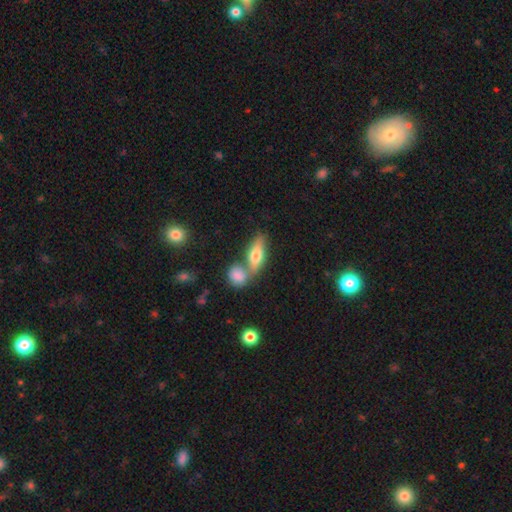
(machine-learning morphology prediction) The model was most divided on "merging": none: 48%, merger: 37%, minor disturbance: 10%, major disturbance: 4%. More confident: smooth or featured — smooth (64%); how rounded — in between (63%).